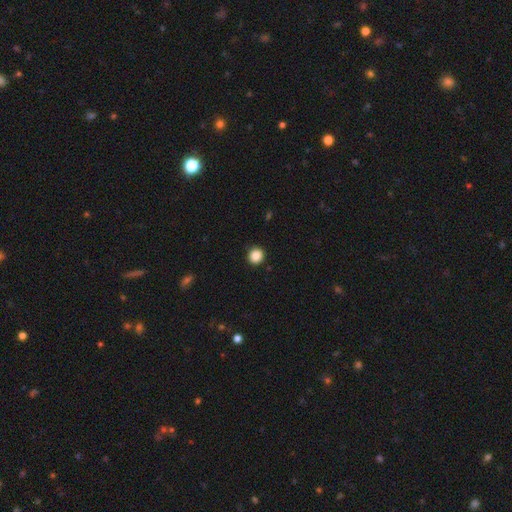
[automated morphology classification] smooth-or-featured: smooth: 87% | star or artifact: 10% | featured or disk: 3%
  how-rounded: round: 92% | in between: 7% | cigar-shaped: 1%
  merging: none: 92% | minor disturbance: 6% | major disturbance: 2% | merger: 1%